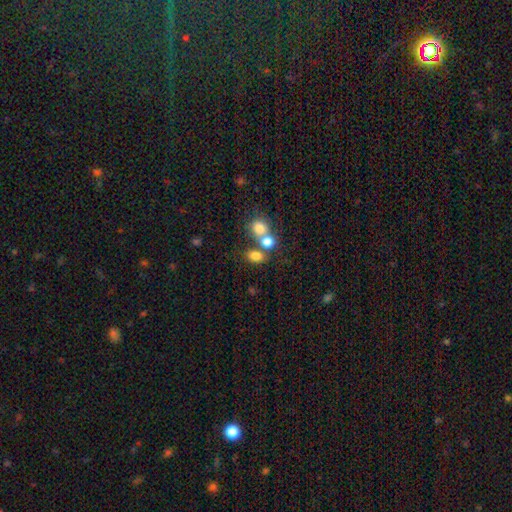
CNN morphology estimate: A smooth galaxy with no disk features (78%) that is in between round and cigar-shaped (63%). Merging: none (51%).